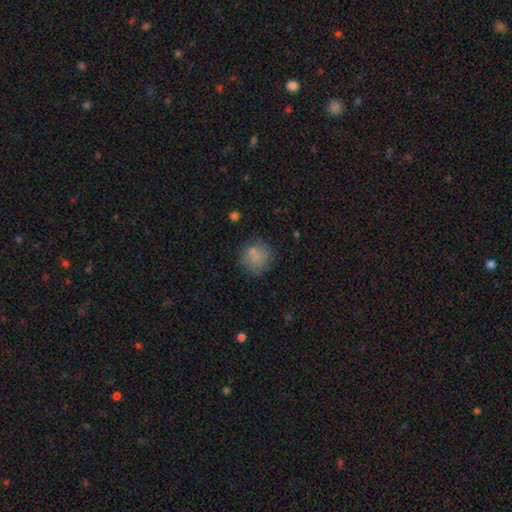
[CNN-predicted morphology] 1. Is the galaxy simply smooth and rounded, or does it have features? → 76% smooth, 13% featured or disk, 11% star or artifact.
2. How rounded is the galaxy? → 88% round, 11% in between, 1% cigar-shaped.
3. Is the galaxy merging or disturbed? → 69% none, 16% minor disturbance, 9% merger, 6% major disturbance.